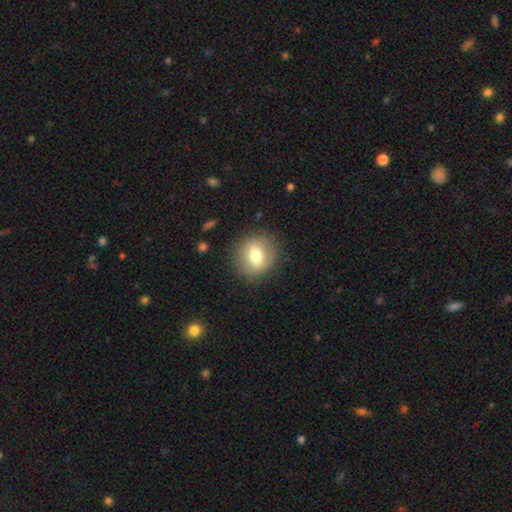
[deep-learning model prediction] The model was most divided on "smooth or featured": smooth: 70%, featured or disk: 22%, star or artifact: 9%. More confident: merging — none (85%); how rounded — round (82%).